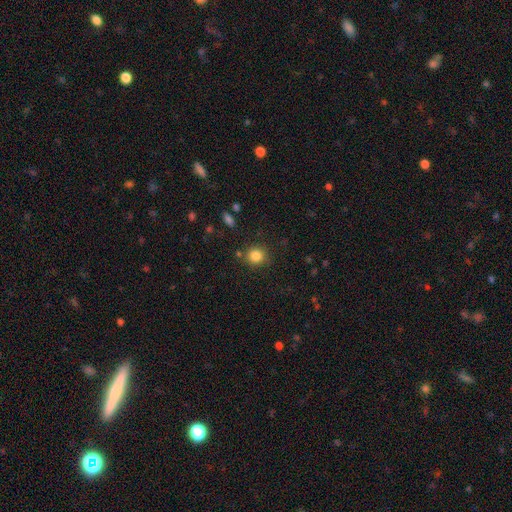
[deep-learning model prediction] Smooth or featured? Predicted: smooth (p=0.85). How rounded? Predicted: round (p=0.87). Merging? Predicted: none (p=0.83).